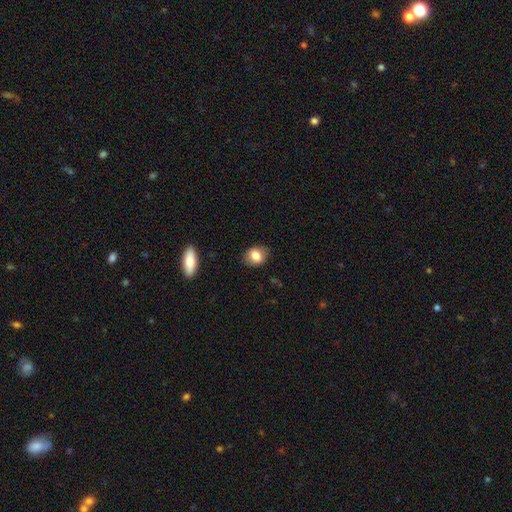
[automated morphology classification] Smooth or featured? smooth (80%)
How rounded? in between (54%)
Merging? none (83%)